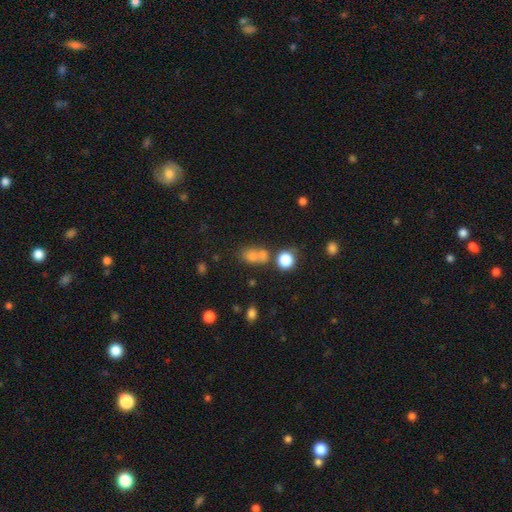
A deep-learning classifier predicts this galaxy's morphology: The model was most divided on "merging": merger: 42%, none: 38%, minor disturbance: 13%, major disturbance: 8%. More confident: smooth or featured — smooth (72%); how rounded — in between (62%).